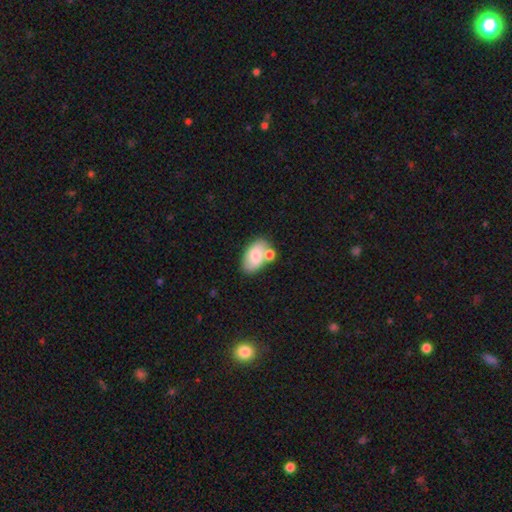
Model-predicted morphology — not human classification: Smooth or featured: smooth — 71% (featured or disk — 21%)
How rounded: in between — 92% (round — 7%)
Merging: none — 55% (merger — 24%)